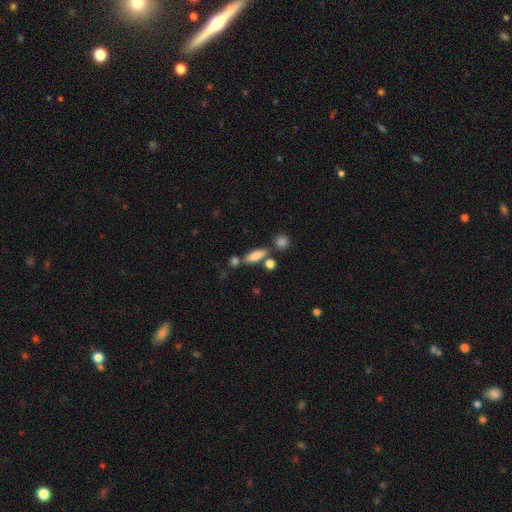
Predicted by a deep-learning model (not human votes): This is likely a smooth galaxy (77%). How rounded: possibly in between (52%). Merging: likely none (68%).